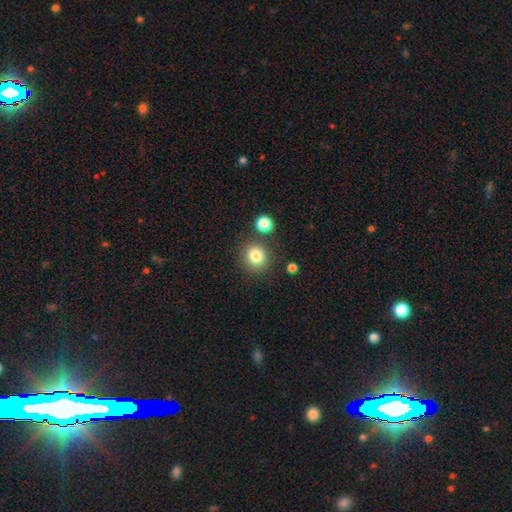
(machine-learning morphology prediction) Overall: smooth (82%). How rounded: round (88%). Merging: none (81%).